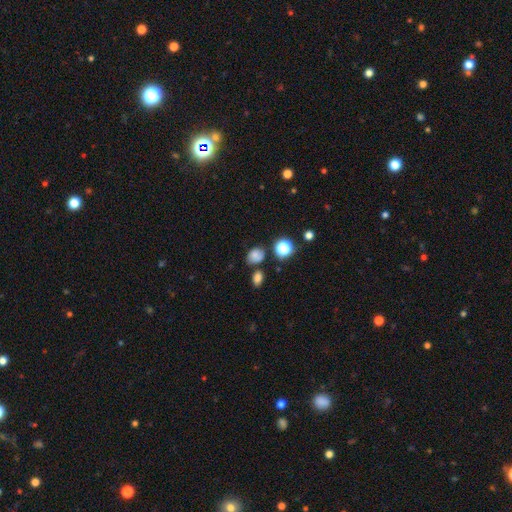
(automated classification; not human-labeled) Smooth or featured?
  - smooth: 68% *
  - star or artifact: 19%
  - featured or disk: 13%
How rounded?
  - round: 52% *
  - in between: 47%
  - cigar-shaped: 1%
Merging?
  - none: 62% *
  - minor disturbance: 20%
  - merger: 12%
  - major disturbance: 7%